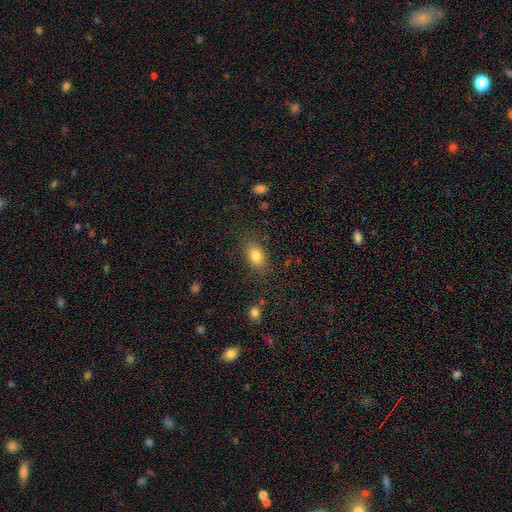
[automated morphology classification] Overall: smooth (82%). How rounded: in between (80%). Merging: none (81%).